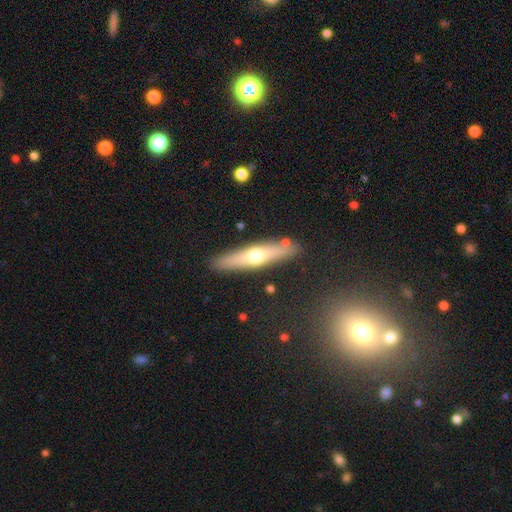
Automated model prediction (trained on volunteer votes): Smooth or featured? featured or disk (48%)
Merging? none (86%)